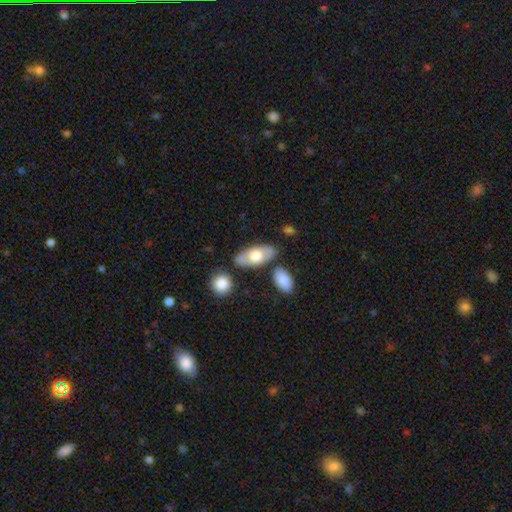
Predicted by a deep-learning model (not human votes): Smooth or featured?
  - smooth: 60% *
  - featured or disk: 35%
  - star or artifact: 5%
How rounded?
  - in between: 88% *
  - cigar-shaped: 8%
  - round: 4%
Merging?
  - none: 78% *
  - minor disturbance: 12%
  - merger: 7%
  - major disturbance: 3%